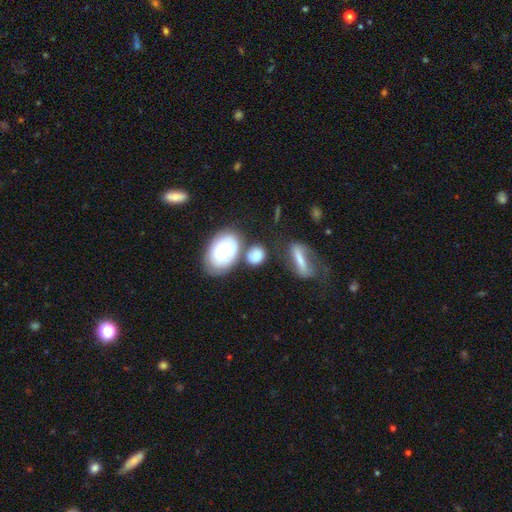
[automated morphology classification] A smooth galaxy with no disk features (69%) that is round (49%). Merging: none (52%).